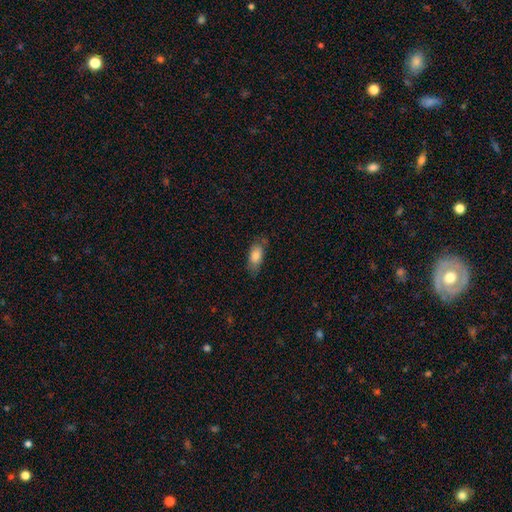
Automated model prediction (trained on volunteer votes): smooth 78%, featured or disk 15%, star or artifact 7%. Down the decision tree: how rounded — in between (83%); merging — none (66%).